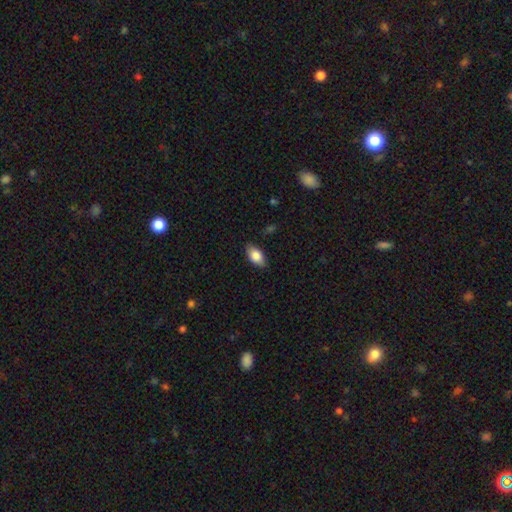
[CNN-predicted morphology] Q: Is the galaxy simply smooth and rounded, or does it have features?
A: smooth — 81%.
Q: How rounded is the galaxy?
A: in between — 91%.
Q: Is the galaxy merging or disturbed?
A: none — 84%.